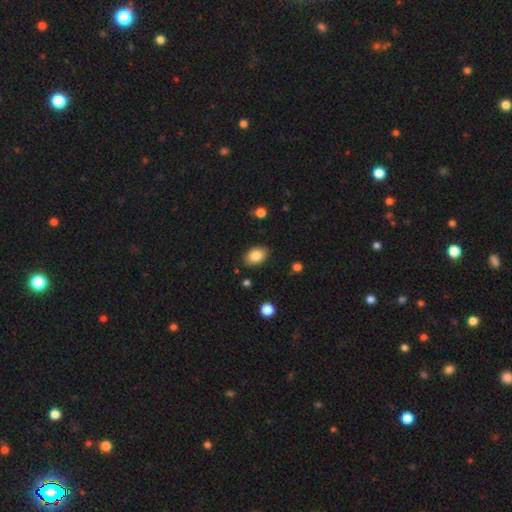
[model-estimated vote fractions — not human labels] A smooth galaxy with no disk features (85%) that is in between round and cigar-shaped (85%).

Vote fractions:
- Smooth or featured? smooth: 85% / star or artifact: 8% / featured or disk: 7%
- How rounded? in between: 85% / round: 14% / cigar-shaped: 1%
- Merging? none: 86% / minor disturbance: 10% / major disturbance: 2% / merger: 1%